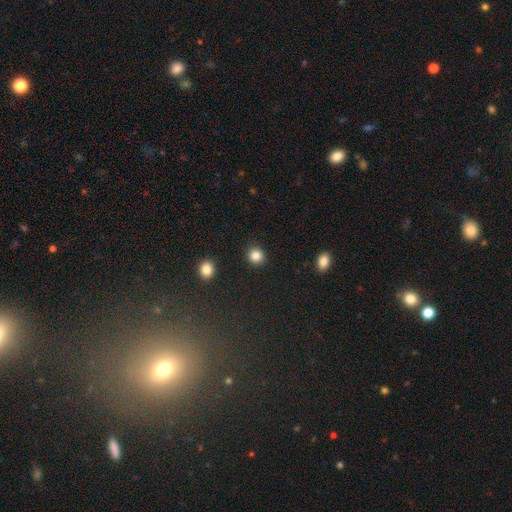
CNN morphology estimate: smooth 86%, star or artifact 10%, featured or disk 4%. Down the decision tree: how rounded — round (83%); merging — none (90%).